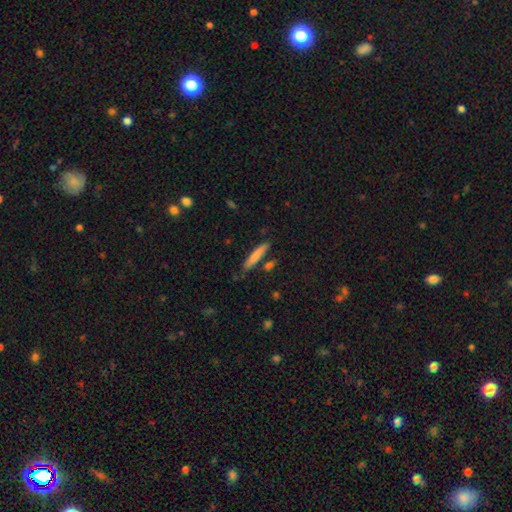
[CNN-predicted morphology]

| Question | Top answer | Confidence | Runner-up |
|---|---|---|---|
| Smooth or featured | smooth | 77% | featured or disk (17%) |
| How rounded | cigar-shaped | 90% | in between (8%) |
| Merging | none | 79% | minor disturbance (13%) |